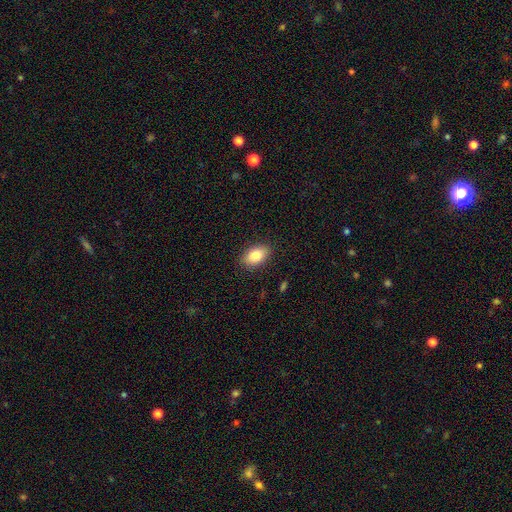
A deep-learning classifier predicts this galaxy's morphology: smooth-or-featured: smooth: 84% | featured or disk: 9% | star or artifact: 7%
  how-rounded: in between: 91% | round: 7% | cigar-shaped: 2%
  merging: none: 87% | minor disturbance: 9% | major disturbance: 2% | merger: 1%